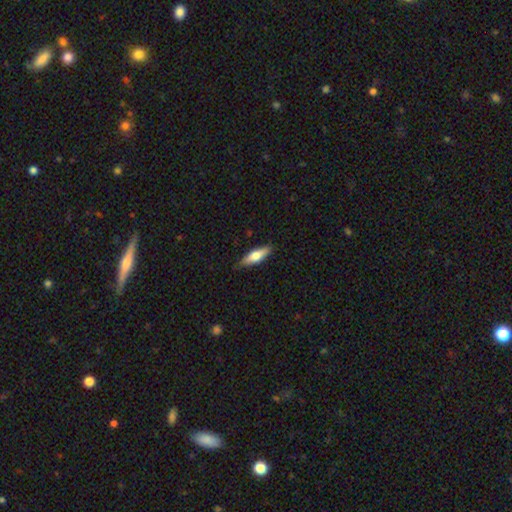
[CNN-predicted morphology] This appears to be a smooth galaxy with no disk features (61%) that is cigar-shaped (54%). Merging: none (87%).